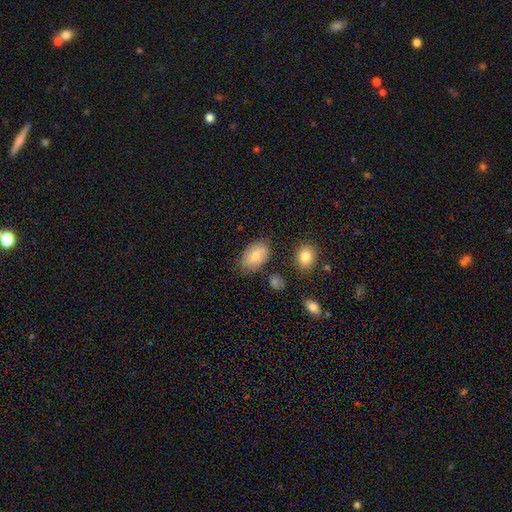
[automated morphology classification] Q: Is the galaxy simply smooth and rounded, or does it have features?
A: smooth — 76%.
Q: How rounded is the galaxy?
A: in between — 89%.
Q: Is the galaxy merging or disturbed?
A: none — 77%.